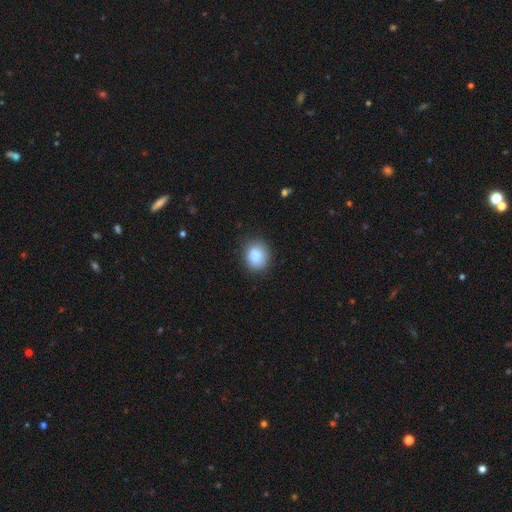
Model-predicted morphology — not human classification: smooth_or_featured: smooth (p=0.87) [alt: star or artifact p=0.08]
how_rounded: round (p=0.62) [alt: in between p=0.37]
merging: none (p=0.83) [alt: minor disturbance p=0.12]